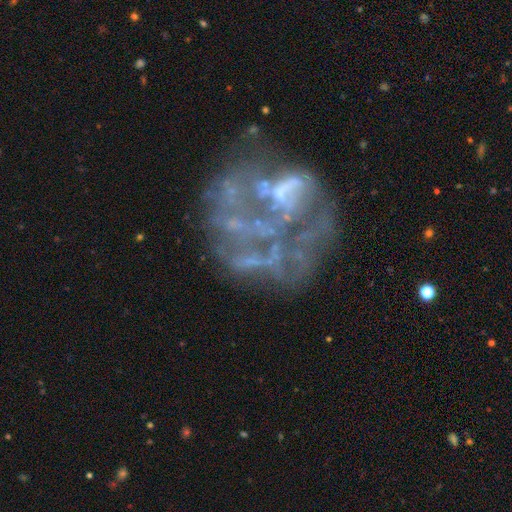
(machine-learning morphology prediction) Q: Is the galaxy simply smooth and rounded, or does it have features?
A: featured or disk — 72%.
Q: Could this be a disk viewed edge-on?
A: no — 98%.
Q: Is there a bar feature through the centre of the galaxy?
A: no — 85%.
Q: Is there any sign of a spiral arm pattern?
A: no — 78%.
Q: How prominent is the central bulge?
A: none — 73%.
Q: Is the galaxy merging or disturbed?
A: none — 38%.